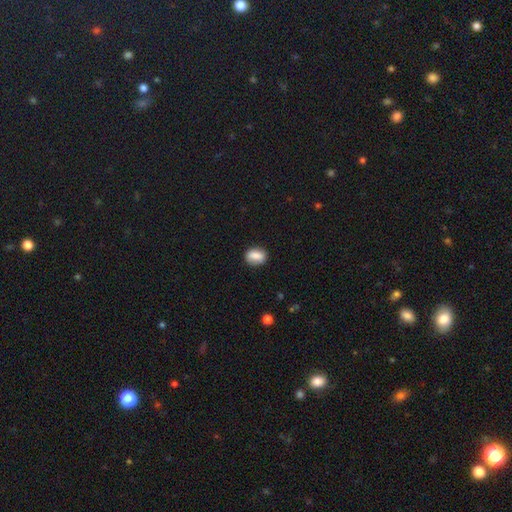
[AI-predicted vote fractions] This appears to be a smooth galaxy with no disk features (83%) that is in between round and cigar-shaped (66%). Merging: none (82%).